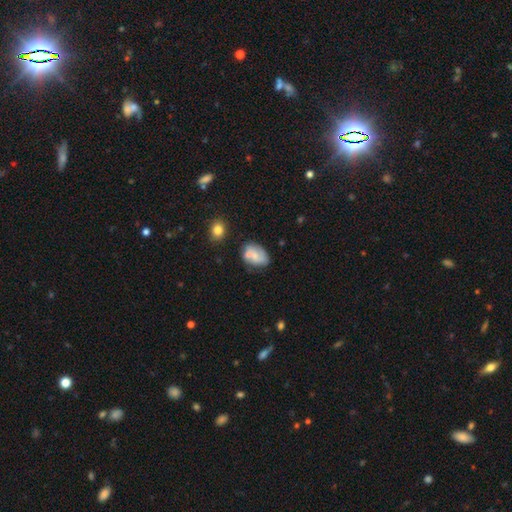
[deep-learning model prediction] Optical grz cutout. It shows a smooth galaxy with no disk features (58%) that is in between round and cigar-shaped (78%). Merging: none (44%).